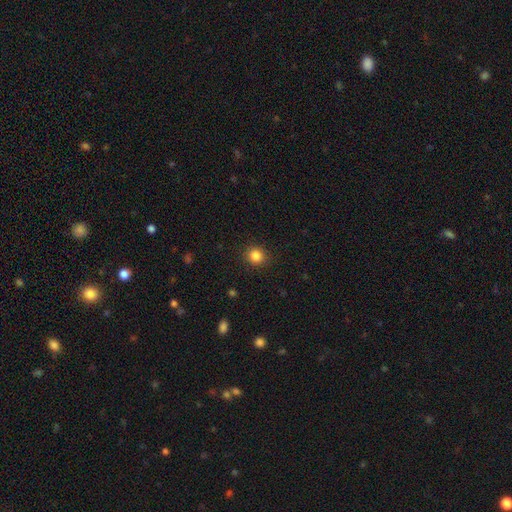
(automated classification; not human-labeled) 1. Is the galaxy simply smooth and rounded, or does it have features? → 85% smooth, 11% star or artifact, 4% featured or disk.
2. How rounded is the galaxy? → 88% round, 11% in between, 1% cigar-shaped.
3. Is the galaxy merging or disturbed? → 90% none, 6% minor disturbance, 2% major disturbance, 1% merger.